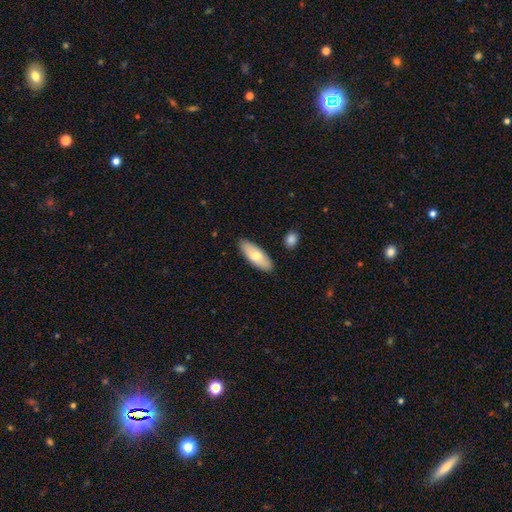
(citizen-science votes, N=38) A smooth galaxy with no disk features (82%) that is in between round and cigar-shaped (77%). Merging: none (87%).